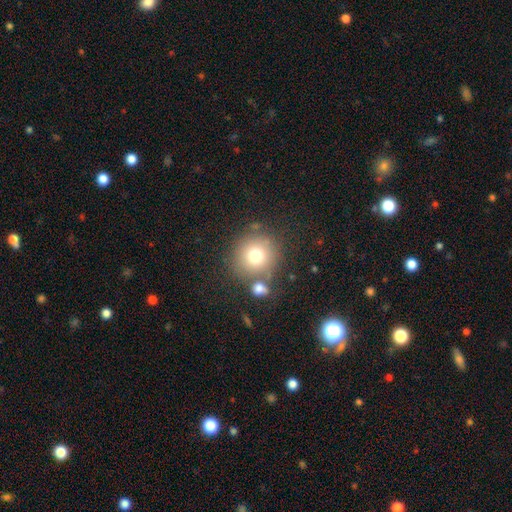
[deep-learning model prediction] Smooth or featured?
  - smooth: 74% *
  - featured or disk: 14%
  - star or artifact: 12%
How rounded?
  - round: 90% *
  - in between: 9%
  - cigar-shaped: 1%
Merging?
  - none: 72% *
  - merger: 12%
  - minor disturbance: 11%
  - major disturbance: 5%